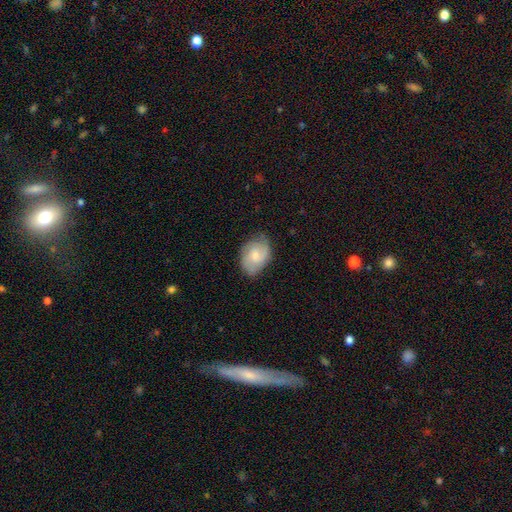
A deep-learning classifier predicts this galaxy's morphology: Overall: featured or disk (54%; smooth 39%). Edge-on disk: no (96%). Bar: no (56%; weak 39%). Spiral arms: yes (88%). Bulge size: moderate (47%; small 44%). Merging: none (69%).